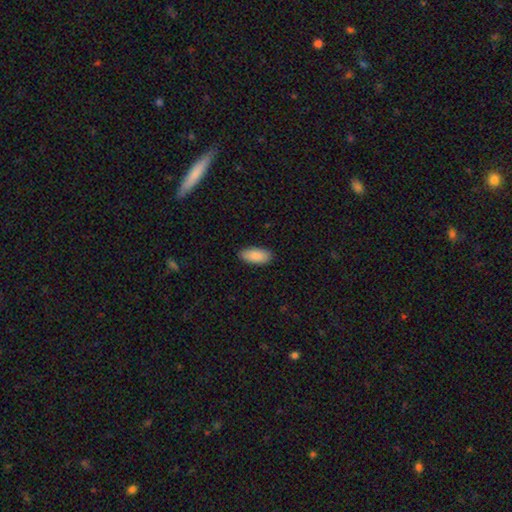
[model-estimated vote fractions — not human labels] This is clearly a smooth galaxy (89%). How rounded: clearly in between (92%). Merging: clearly none (89%).